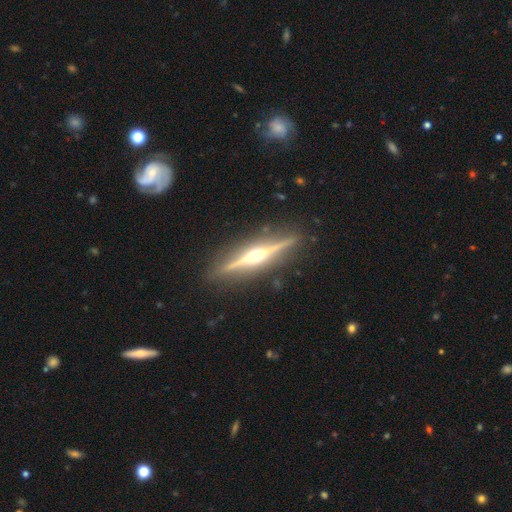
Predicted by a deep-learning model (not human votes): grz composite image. It shows a featured or disk galaxy (85%) viewed edge-on (98%) with a rounded central bulge (95%). Merging: none (90%).